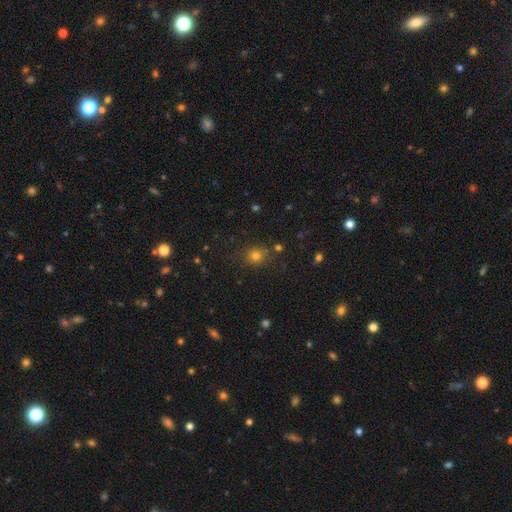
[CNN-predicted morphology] A smooth galaxy with no disk features (75%) that is round (81%).

Vote fractions:
- Smooth or featured? smooth: 75% / star or artifact: 18% / featured or disk: 7%
- How rounded? round: 81% / in between: 18% / cigar-shaped: 1%
- Merging? none: 83% / minor disturbance: 10% / merger: 4% / major disturbance: 3%